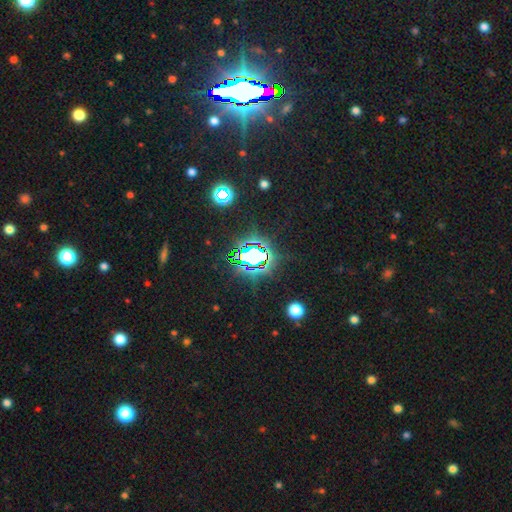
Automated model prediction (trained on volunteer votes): star or artifact 76%, smooth 13%, featured or disk 10%.